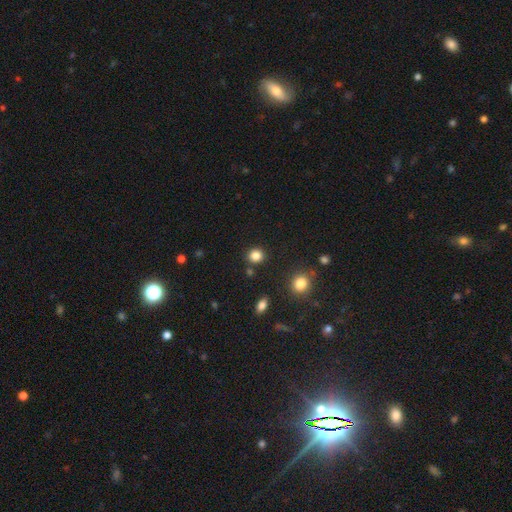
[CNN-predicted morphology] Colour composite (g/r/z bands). It shows a smooth galaxy with no disk features (85%) that is round (85%). Merging: none (87%).